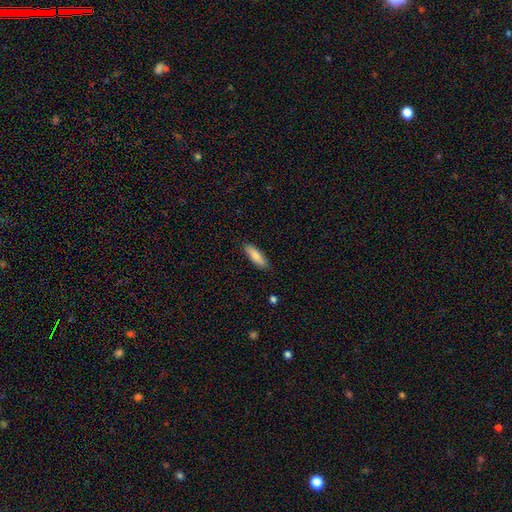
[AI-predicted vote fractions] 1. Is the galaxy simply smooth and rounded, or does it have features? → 82% smooth, 12% featured or disk, 6% star or artifact.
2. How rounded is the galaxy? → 52% cigar-shaped, 46% in between, 2% round.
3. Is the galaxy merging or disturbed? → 89% none, 9% minor disturbance, 2% major disturbance, 1% merger.